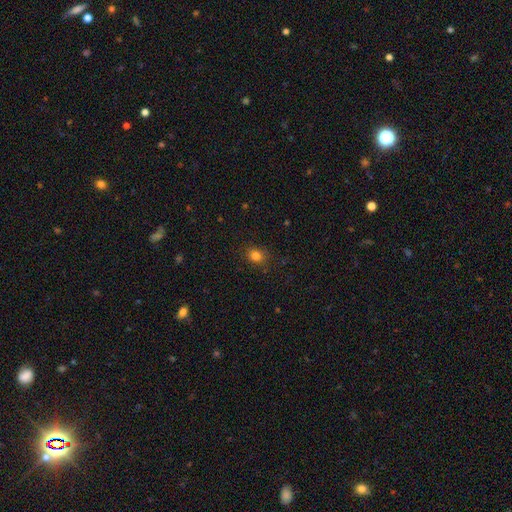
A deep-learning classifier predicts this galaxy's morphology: Smooth or featured? Predicted: smooth (p=0.81). How rounded? Predicted: round (p=0.65). Merging? Predicted: none (p=0.86).